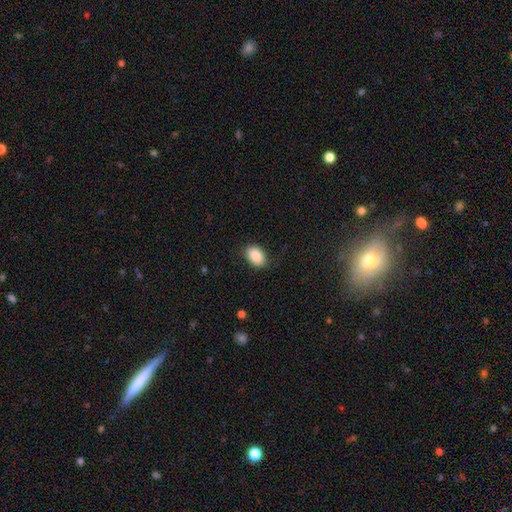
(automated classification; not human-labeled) Smooth or featured? Predicted: smooth (p=0.89). How rounded? Predicted: in between (p=0.86). Merging? Predicted: none (p=0.84).